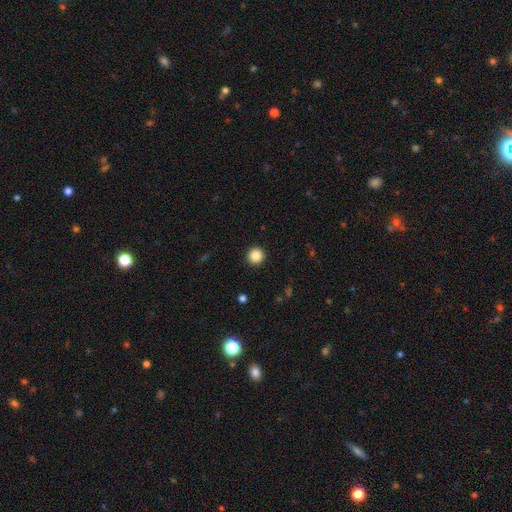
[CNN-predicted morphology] smooth_or_featured: smooth (p=0.86) [alt: star or artifact p=0.10]
how_rounded: round (p=0.96) [alt: in between p=0.03]
merging: none (p=0.93) [alt: minor disturbance p=0.04]